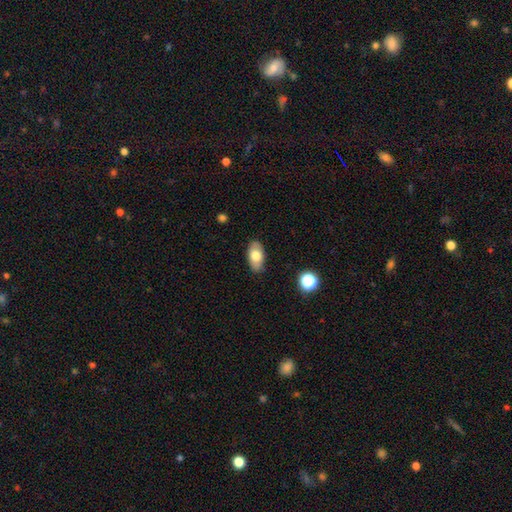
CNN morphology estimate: A smooth galaxy with no disk features (73%) that is in between round and cigar-shaped (92%). Merging: none (85%).